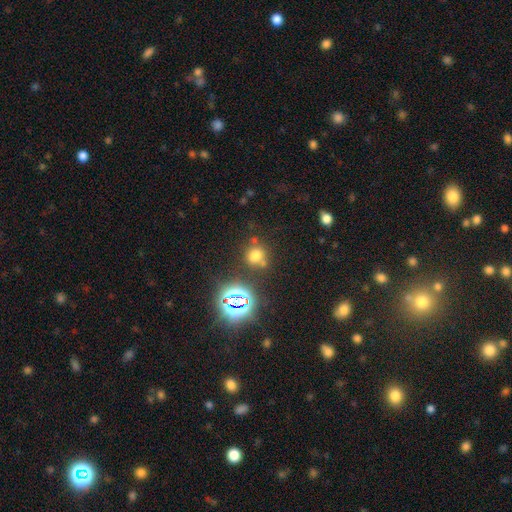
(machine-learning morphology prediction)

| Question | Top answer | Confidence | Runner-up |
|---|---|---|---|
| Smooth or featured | smooth | 62% | star or artifact (28%) |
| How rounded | round | 78% | in between (21%) |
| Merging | none | 65% | merger (16%) |